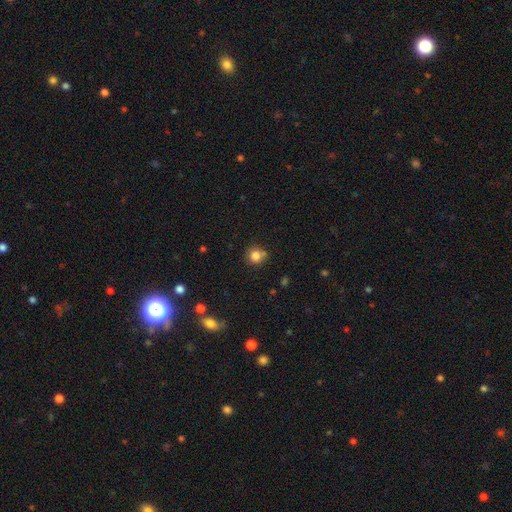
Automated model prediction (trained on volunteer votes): smooth-or-featured: smooth: 82% | star or artifact: 12% | featured or disk: 7%
  how-rounded: round: 89% | in between: 10% | cigar-shaped: 1%
  merging: none: 71% | minor disturbance: 13% | merger: 12% | major disturbance: 3%